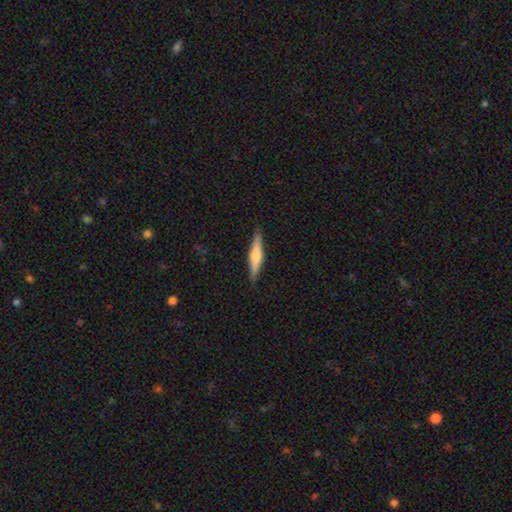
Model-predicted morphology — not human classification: smooth_or_featured: featured or disk (p=0.52) [alt: smooth p=0.42]
disk_edge_on: yes (p=0.97) [alt: no p=0.03]
edge_on_bulge: rounded (p=0.80) [alt: boxy p=0.13]
merging: none (p=0.90) [alt: minor disturbance p=0.07]